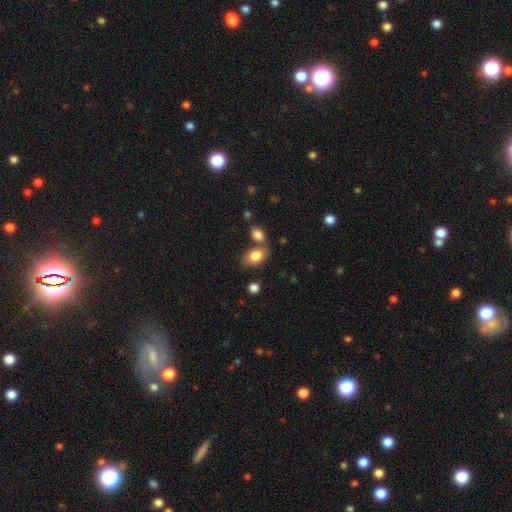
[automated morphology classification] Smooth or featured: smooth — 84% (featured or disk — 8%)
How rounded: in between — 87% (round — 12%)
Merging: none — 55% (merger — 28%)